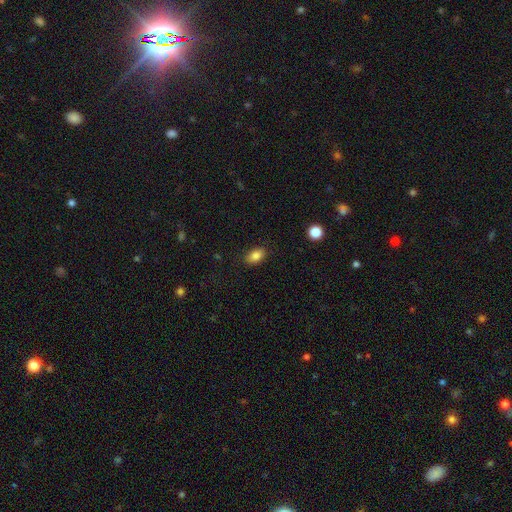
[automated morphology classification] smooth-or-featured: smooth: 84% | star or artifact: 9% | featured or disk: 7%
  how-rounded: in between: 87% | round: 11% | cigar-shaped: 2%
  merging: none: 87% | minor disturbance: 10% | major disturbance: 3% | merger: 1%